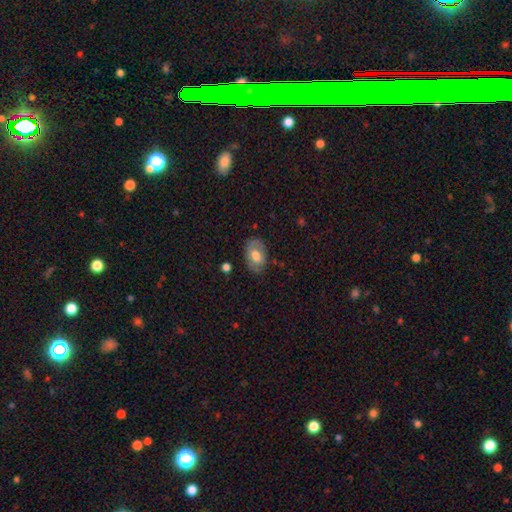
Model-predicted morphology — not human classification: The model was most divided on "smooth or featured": smooth: 56%, featured or disk: 38%, star or artifact: 6%. More confident: how rounded — in between (86%); merging — none (76%).